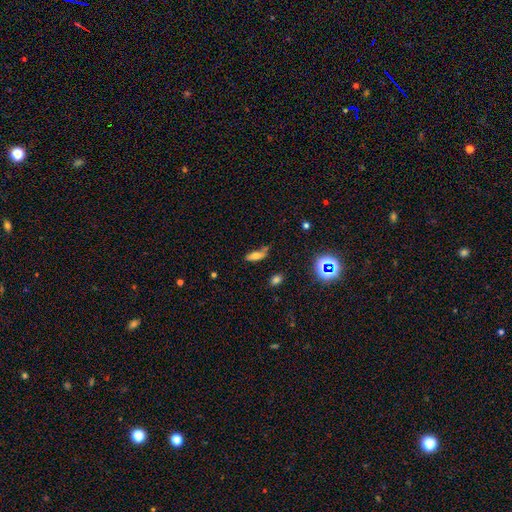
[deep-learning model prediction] This is likely a smooth galaxy (66%). How rounded: likely in between (68%). Merging: possibly none (59%).